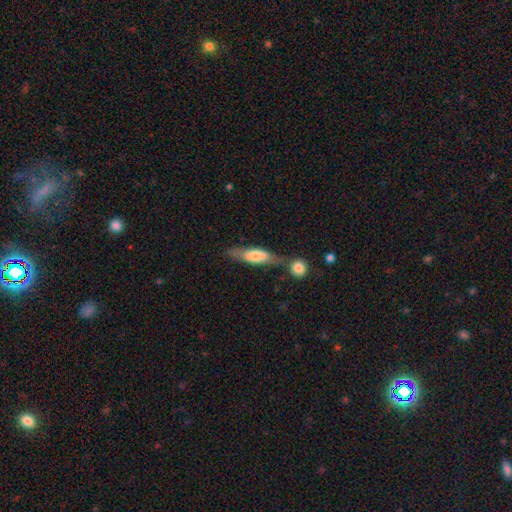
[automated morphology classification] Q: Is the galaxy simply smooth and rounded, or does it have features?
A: smooth — 56%.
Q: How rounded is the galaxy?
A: cigar-shaped — 56%.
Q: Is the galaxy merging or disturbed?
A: none — 50%.